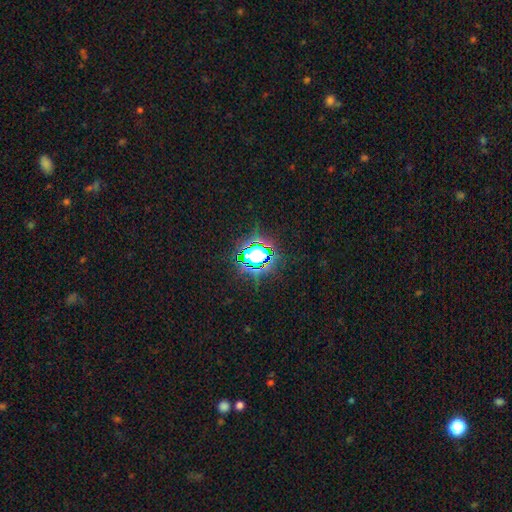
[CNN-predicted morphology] Smooth or featured? Predicted: star or artifact (p=0.70).